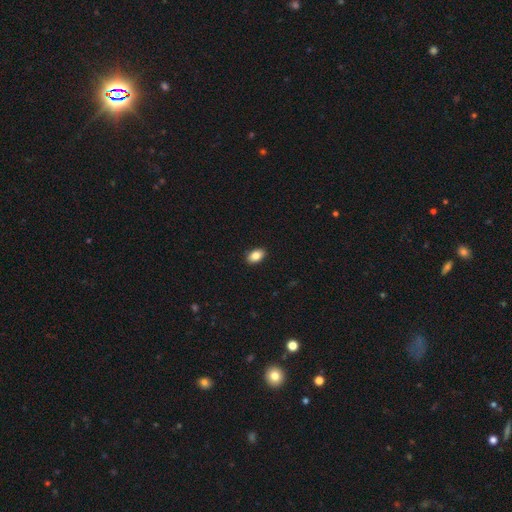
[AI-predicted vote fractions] A smooth galaxy with no disk features (86%) that is in between round and cigar-shaped (88%). Merging: none (91%).